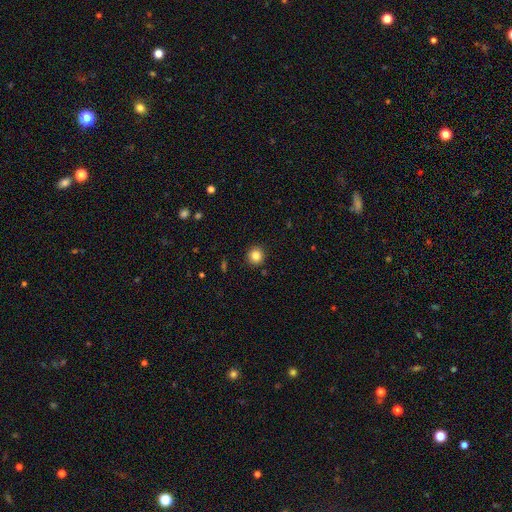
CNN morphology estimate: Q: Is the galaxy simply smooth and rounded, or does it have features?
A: smooth — 84%.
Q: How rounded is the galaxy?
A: round — 93%.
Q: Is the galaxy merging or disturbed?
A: none — 92%.